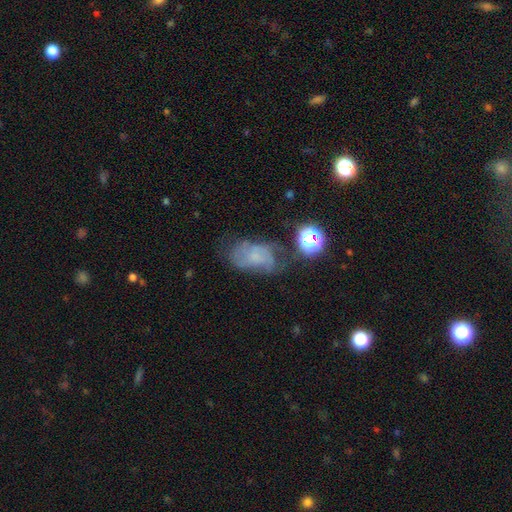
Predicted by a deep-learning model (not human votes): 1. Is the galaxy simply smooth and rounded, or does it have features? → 45% featured or disk, 37% smooth, 17% star or artifact.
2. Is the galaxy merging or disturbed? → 44% none, 28% minor disturbance, 22% major disturbance, 6% merger.